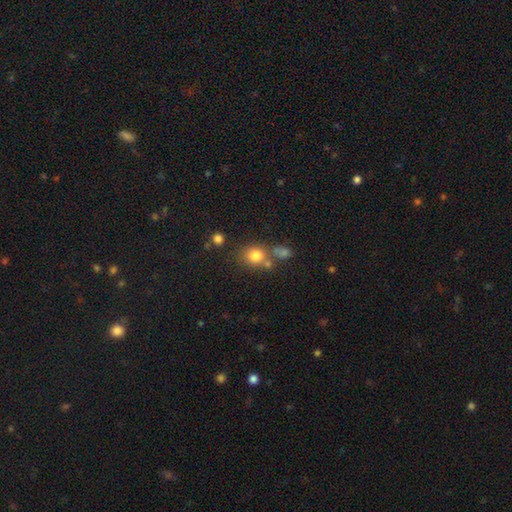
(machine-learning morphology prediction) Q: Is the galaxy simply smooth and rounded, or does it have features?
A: smooth — 79%.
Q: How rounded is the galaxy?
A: round — 73%.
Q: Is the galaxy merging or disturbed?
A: none — 60%.